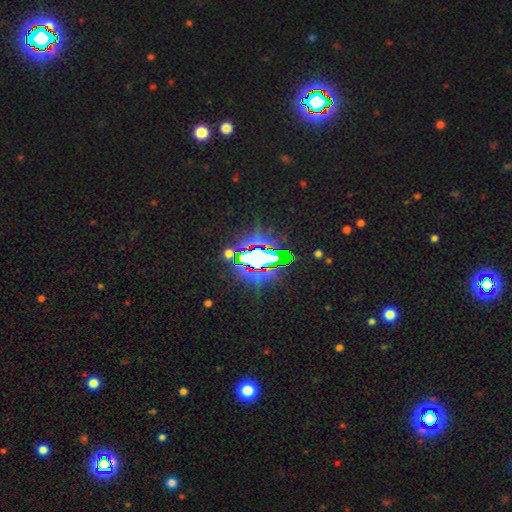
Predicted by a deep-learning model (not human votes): This appears to be a star or artifact, not a galaxy (73%).